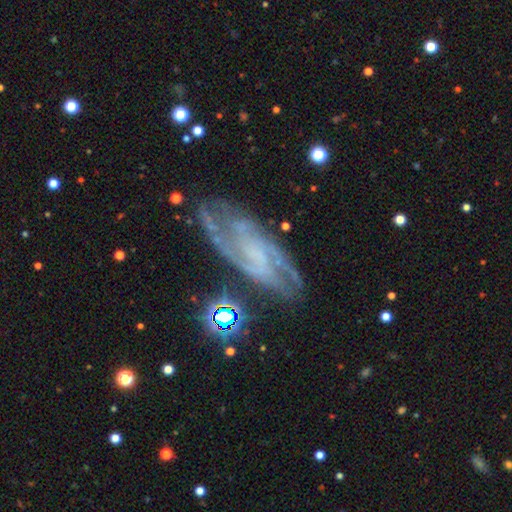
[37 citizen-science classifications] Volunteers were most divided on "bar": no: 46%, weak: 35%, strong: 19%. More confident: spiral arms — yes (96%); edge-on disk — no (93%); merging — none (79%); smooth or featured — featured or disk (76%); bulge size — none (62%); spiral arm count — 2 (60%); spiral winding — medium (60%).